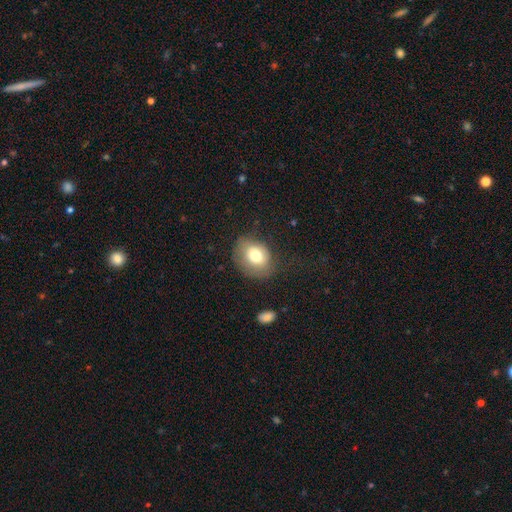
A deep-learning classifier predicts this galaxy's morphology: The model was most divided on "how rounded": round: 52%, in between: 47%, cigar-shaped: 1%. More confident: smooth or featured — smooth (74%); merging — none (60%).